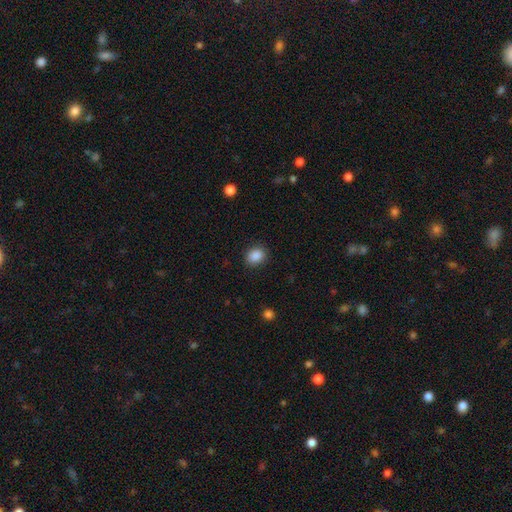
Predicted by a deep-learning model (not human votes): The model was most divided on "how rounded": in between: 50%, round: 49%, cigar-shaped: 1%. More confident: smooth or featured — smooth (88%); merging — none (88%).